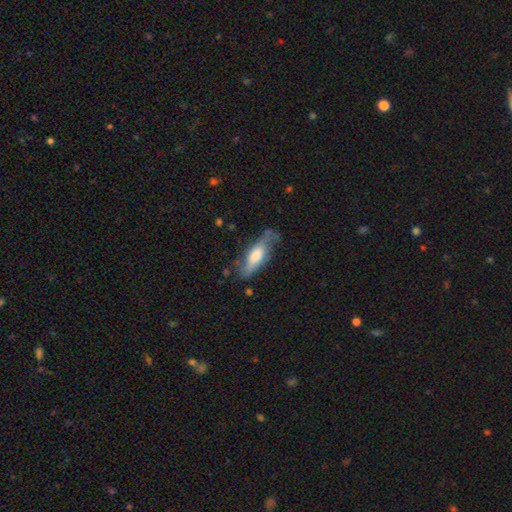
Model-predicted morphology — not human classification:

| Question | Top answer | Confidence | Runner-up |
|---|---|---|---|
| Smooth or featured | smooth | 48% | featured or disk (46%) |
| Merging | none | 60% | minor disturbance (27%) |